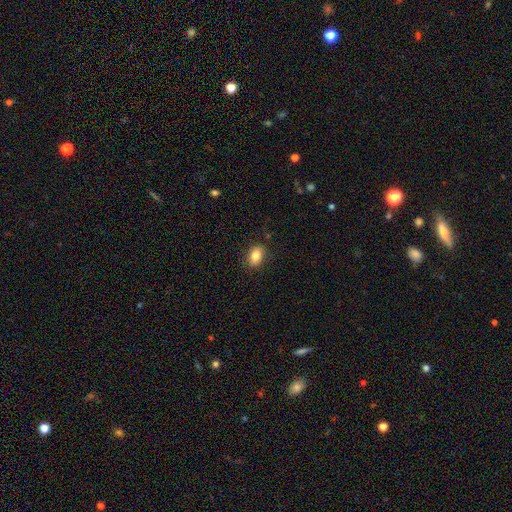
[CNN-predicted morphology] Overall: smooth (83%). How rounded: in between (82%). Merging: none (86%).